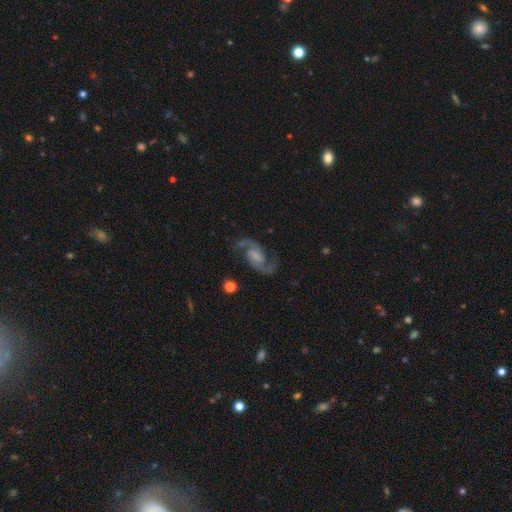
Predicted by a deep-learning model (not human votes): Overall: featured or disk (91%). Edge-on disk: no (98%). Bar: weak (51%; no 33%). Spiral arms: yes (98%). Spiral arm count: 2 (94%). Spiral winding: medium (55%; loose 35%). Bulge size: small (36%; none 32%). Merging: none (80%).